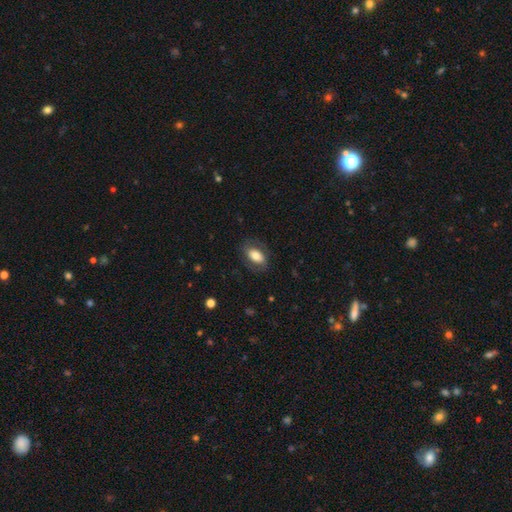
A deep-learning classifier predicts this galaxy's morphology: A smooth galaxy with no disk features (67%) that is in between round and cigar-shaped (90%). Merging: none (76%).